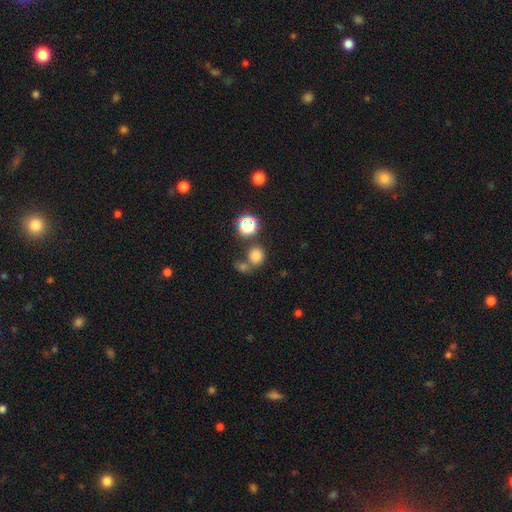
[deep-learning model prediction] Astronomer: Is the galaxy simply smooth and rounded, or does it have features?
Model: smooth — 75%.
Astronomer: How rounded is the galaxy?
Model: round — 82%.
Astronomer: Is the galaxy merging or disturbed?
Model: none — 61%.